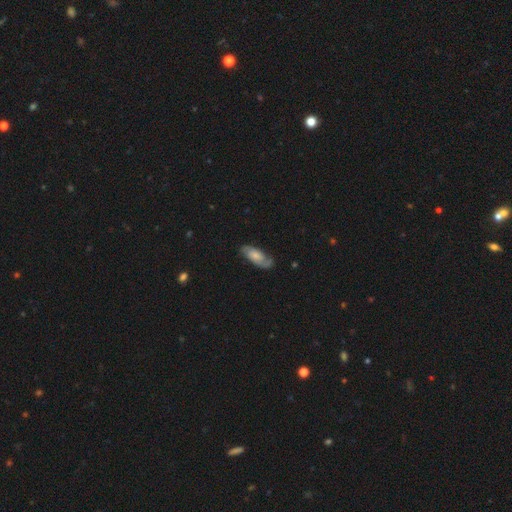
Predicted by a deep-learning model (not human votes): Smooth or featured: featured or disk — 60% (smooth — 34%)
Edge-on disk: no — 90% (yes — 10%)
Bar: no — 68% (weak — 27%)
Spiral arms: yes — 90% (no — 10%)
Bulge size: small — 44% (moderate — 33%)
Merging: none — 73% (minor disturbance — 19%)